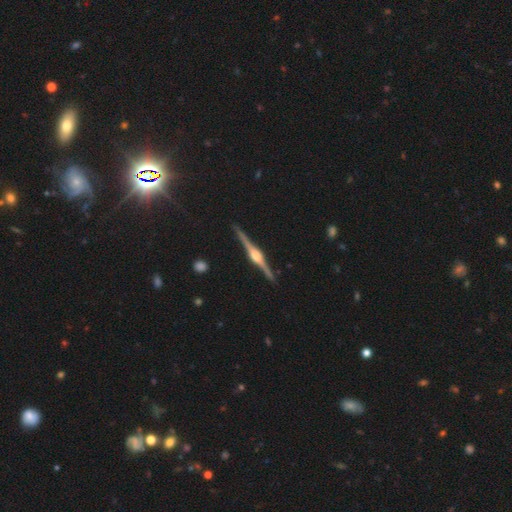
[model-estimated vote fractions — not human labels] Overall: featured or disk (90%). Edge-on disk: yes (99%). Edge-on bulge: rounded (90%). Merging: none (91%).